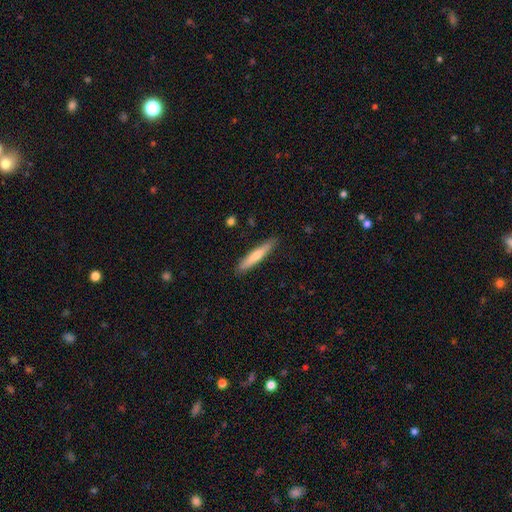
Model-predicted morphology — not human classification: type=smooth (62%); roundness=cigar-shaped (92%); merging=none (89%).